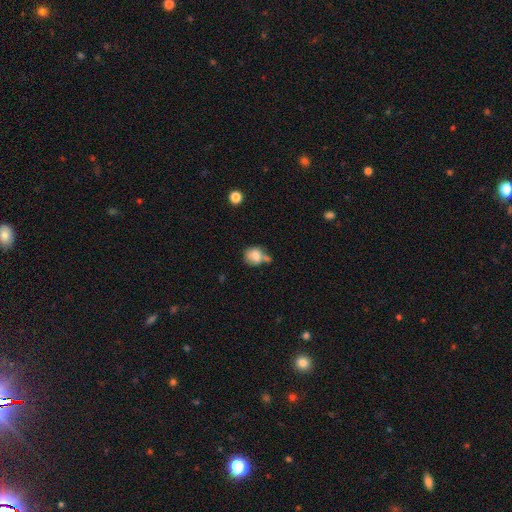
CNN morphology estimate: type=smooth (80%); roundness=round (72%); merging=none (45%).